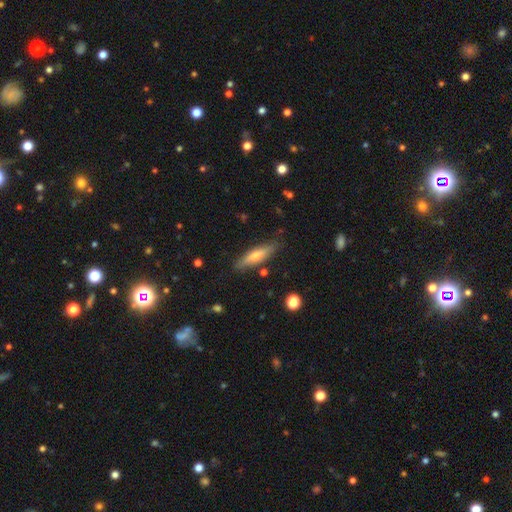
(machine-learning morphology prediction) smooth-or-featured: smooth: 50% | featured or disk: 44% | star or artifact: 7%
  merging: none: 82% | minor disturbance: 13% | major disturbance: 3% | merger: 2%